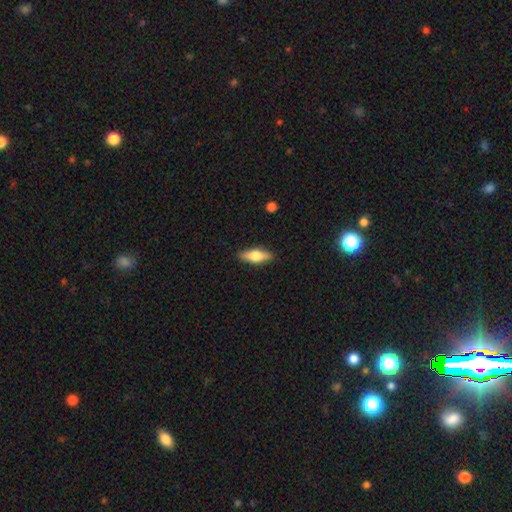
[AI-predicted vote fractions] The model was most divided on "how rounded": in between: 59%, cigar-shaped: 38%, round: 3%. More confident: merging — none (88%); smooth or featured — smooth (59%).